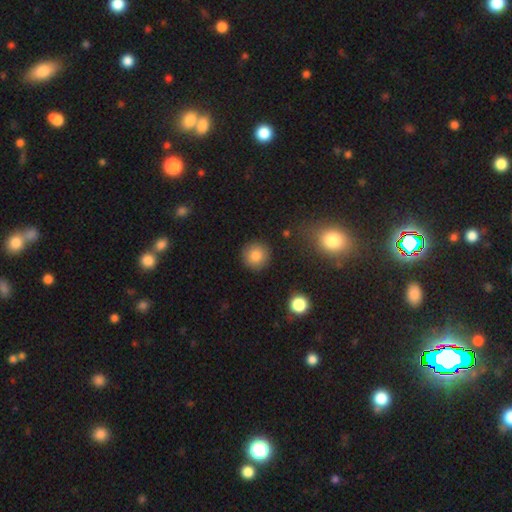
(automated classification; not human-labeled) A smooth galaxy with no disk features (83%) that is round (94%).

Vote fractions:
- Smooth or featured? smooth: 83% / star or artifact: 10% / featured or disk: 7%
- How rounded? round: 94% / in between: 5% / cigar-shaped: 1%
- Merging? none: 89% / minor disturbance: 7% / major disturbance: 2% / merger: 2%